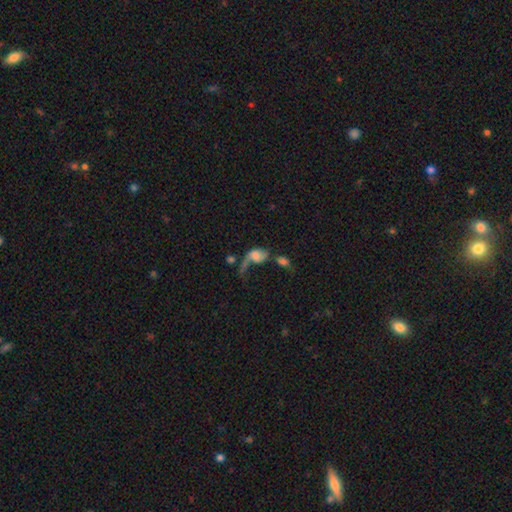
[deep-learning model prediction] A featured or disk galaxy (49%).

Vote fractions:
- Smooth or featured? featured or disk: 49% / smooth: 40% / star or artifact: 11%
- Merging? major disturbance: 36% / merger: 32% / none: 19% / minor disturbance: 12%